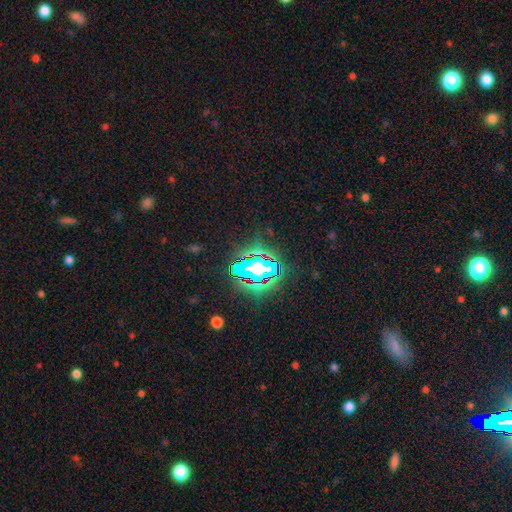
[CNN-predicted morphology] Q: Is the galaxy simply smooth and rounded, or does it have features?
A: star or artifact — 73%.